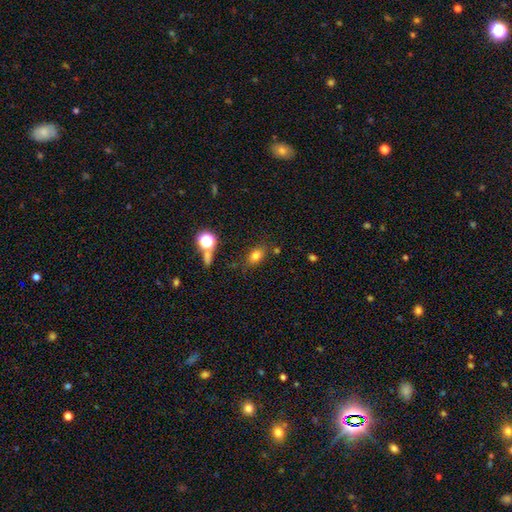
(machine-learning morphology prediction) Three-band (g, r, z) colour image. It shows a smooth galaxy with no disk features (75%) that is in between round and cigar-shaped (75%). Merging: none (72%).